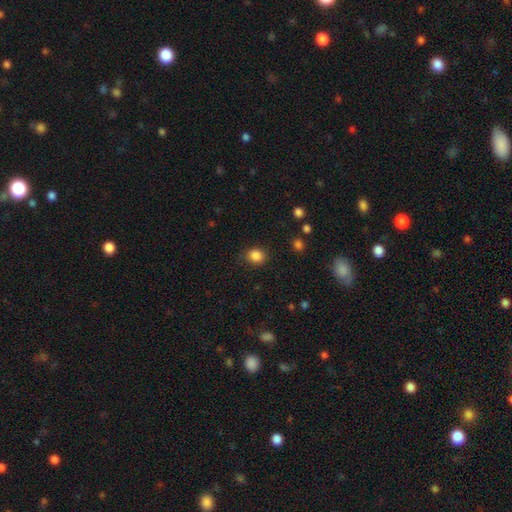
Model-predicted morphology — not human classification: smooth_or_featured: smooth (p=0.85) [alt: star or artifact p=0.11]
how_rounded: round (p=0.74) [alt: in between p=0.25]
merging: none (p=0.84) [alt: minor disturbance p=0.11]